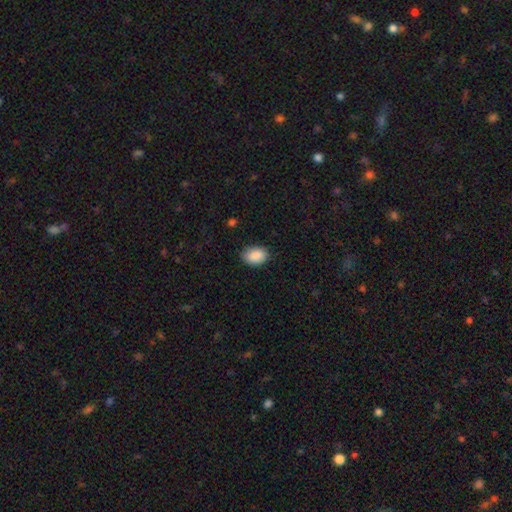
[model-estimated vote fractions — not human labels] Smooth or featured? smooth (89%)
How rounded? in between (84%)
Merging? none (84%)